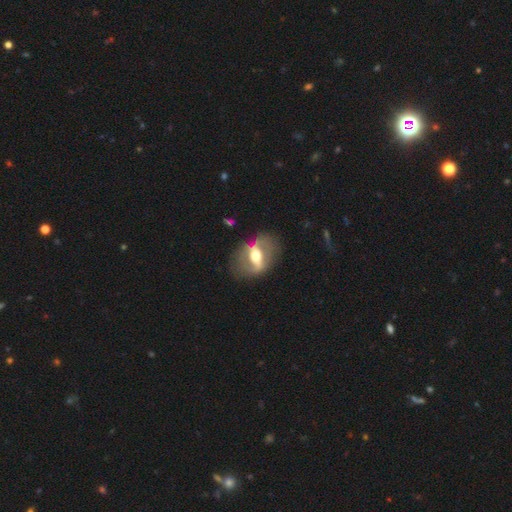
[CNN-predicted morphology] smooth_or_featured: featured or disk (p=0.76) [alt: smooth p=0.18]
disk_edge_on: no (p=0.78) [alt: yes p=0.22]
bar: strong (p=0.68) [alt: weak p=0.20]
has_spiral_arms: no (p=0.61) [alt: yes p=0.39]
bulge_size: moderate (p=0.60) [alt: large p=0.29]
merging: none (p=0.73) [alt: minor disturbance p=0.15]